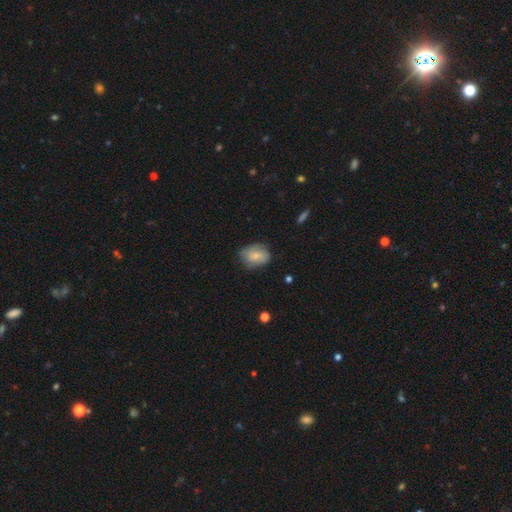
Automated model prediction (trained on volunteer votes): Smooth or featured: smooth — 69% (featured or disk — 24%)
How rounded: in between — 66% (round — 33%)
Merging: none — 65% (minor disturbance — 27%)